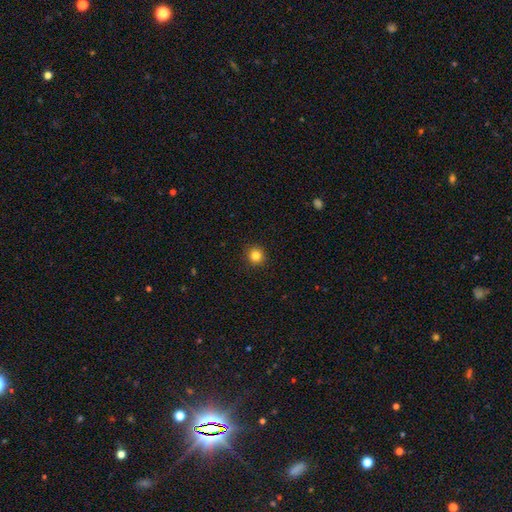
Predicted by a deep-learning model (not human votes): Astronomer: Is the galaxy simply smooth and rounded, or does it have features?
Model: smooth — 83%.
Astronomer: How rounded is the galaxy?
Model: round — 95%.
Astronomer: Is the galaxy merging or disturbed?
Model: none — 93%.